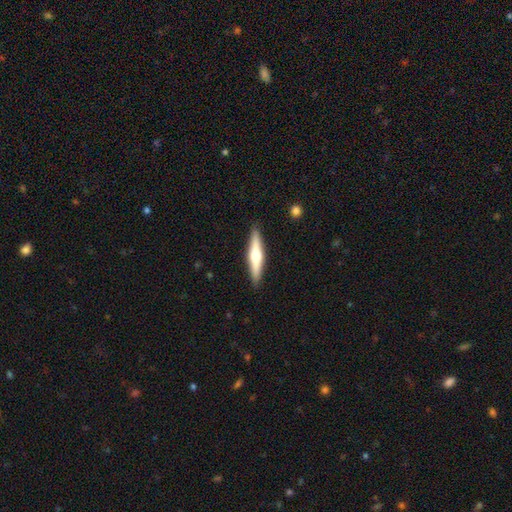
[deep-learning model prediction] This appears to be a featured or disk galaxy (56%) viewed edge-on (96%) with a rounded central bulge (91%). Merging: none (90%).